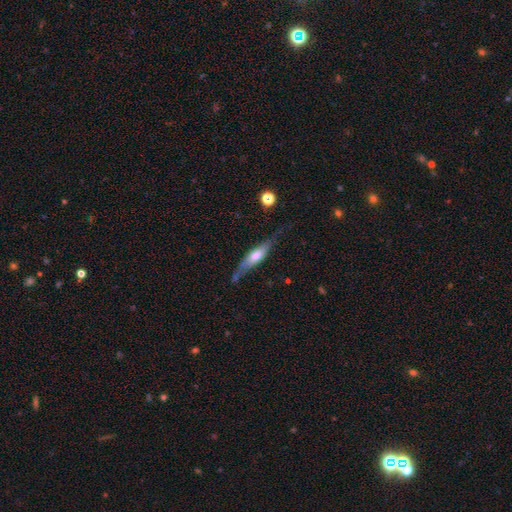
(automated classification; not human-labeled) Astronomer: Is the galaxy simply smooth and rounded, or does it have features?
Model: featured or disk — 55% (runner-up: smooth, 39%).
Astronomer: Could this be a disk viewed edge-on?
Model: yes — 87%.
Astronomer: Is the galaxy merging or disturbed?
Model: none — 63%.